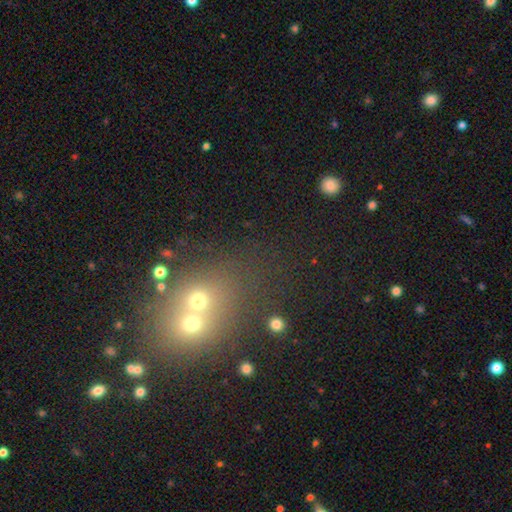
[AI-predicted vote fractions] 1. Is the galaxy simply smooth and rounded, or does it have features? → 44% smooth, 36% star or artifact, 20% featured or disk.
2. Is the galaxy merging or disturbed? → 51% merger, 38% none, 7% minor disturbance, 4% major disturbance.